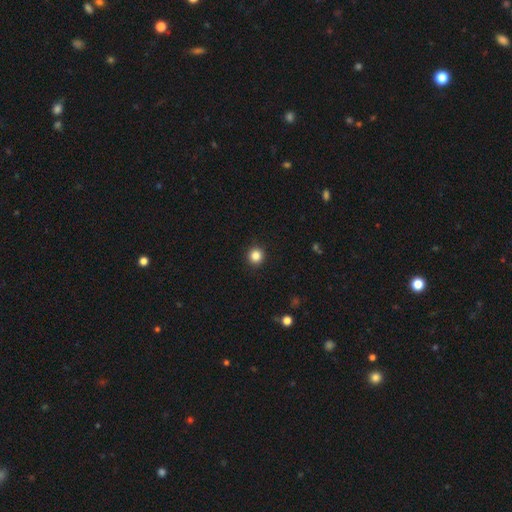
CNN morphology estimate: Smooth or featured? smooth (85%)
How rounded? round (93%)
Merging? none (92%)